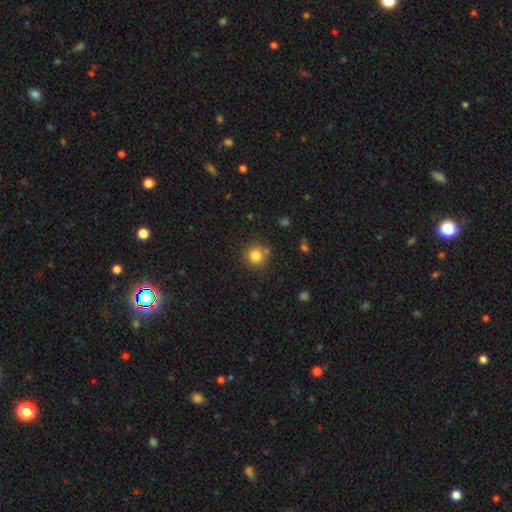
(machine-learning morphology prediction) This appears to be a smooth galaxy with no disk features (82%) that is round (93%). Merging: none (79%).